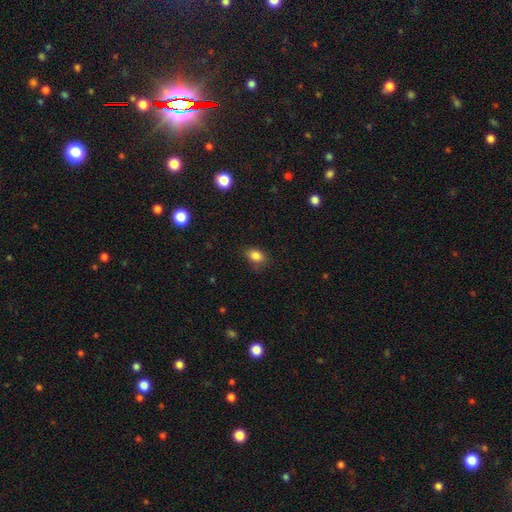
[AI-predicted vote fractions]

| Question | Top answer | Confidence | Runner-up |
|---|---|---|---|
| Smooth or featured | smooth | 85% | star or artifact (10%) |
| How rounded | in between | 77% | round (22%) |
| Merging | none | 75% | minor disturbance (19%) |